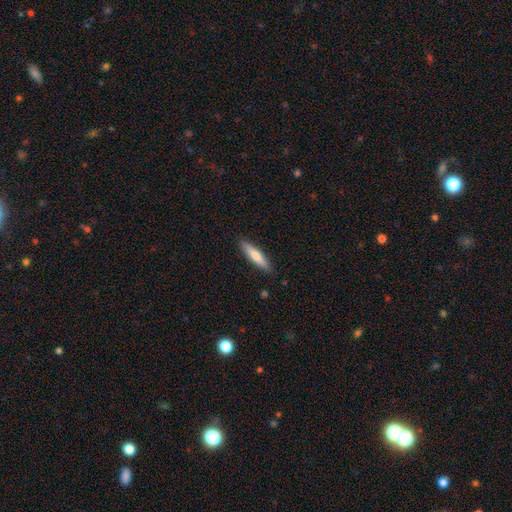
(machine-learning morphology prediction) type=smooth (63%); roundness=cigar-shaped (84%); merging=none (89%).